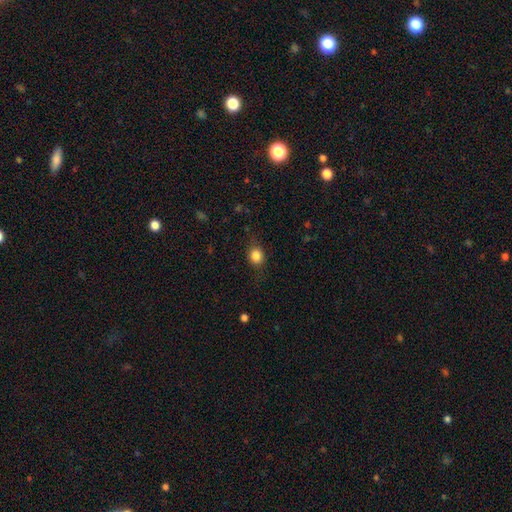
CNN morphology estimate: The model was most divided on "how rounded": round: 63%, in between: 35%, cigar-shaped: 1%. More confident: smooth or featured — smooth (83%); merging — none (77%).